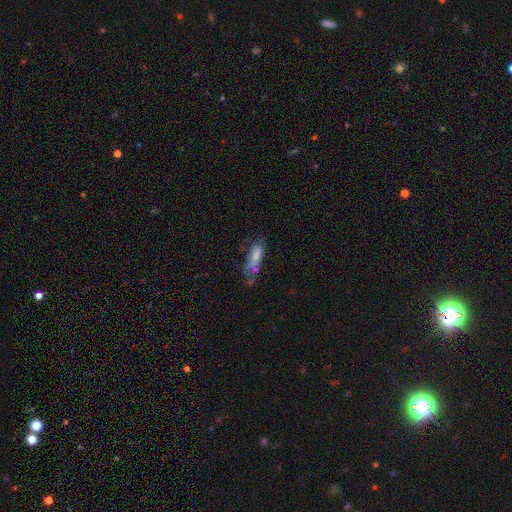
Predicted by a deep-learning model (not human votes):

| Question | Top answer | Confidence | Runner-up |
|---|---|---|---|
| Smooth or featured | smooth | 59% | featured or disk (32%) |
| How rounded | in between | 59% | cigar-shaped (39%) |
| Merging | major disturbance | 30% | tied: none (30%) |